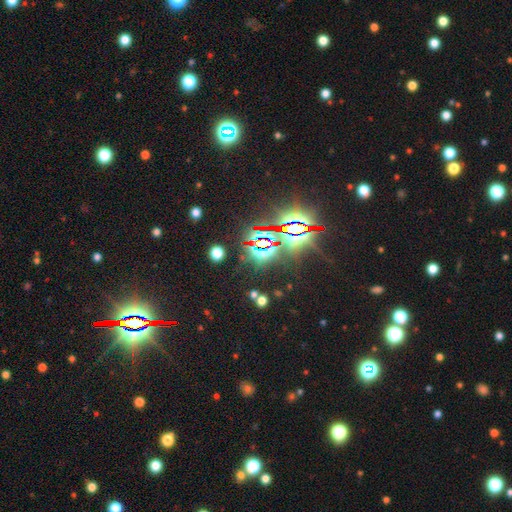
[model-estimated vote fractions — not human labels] The model was most divided on "smooth or featured": star or artifact: 81%, smooth: 11%, featured or disk: 7%.